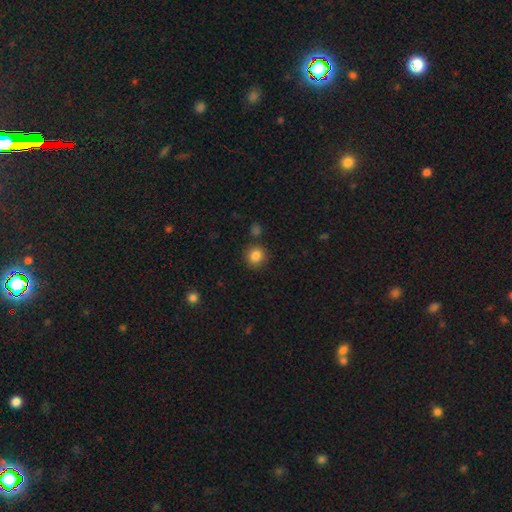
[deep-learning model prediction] The model was most divided on "smooth or featured": smooth: 84%, star or artifact: 11%, featured or disk: 5%. More confident: how rounded — round (91%); merging — none (86%).